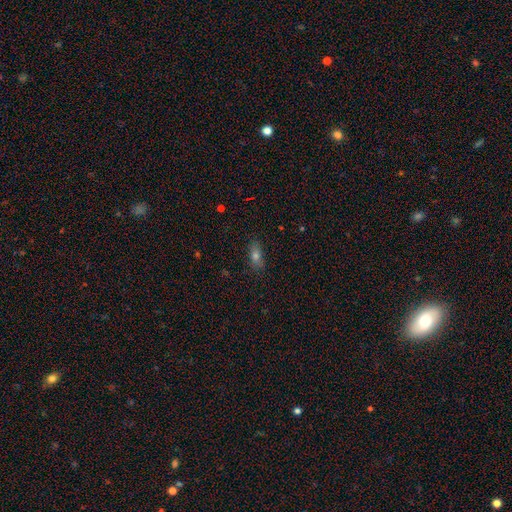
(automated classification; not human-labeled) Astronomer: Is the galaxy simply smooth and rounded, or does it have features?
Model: smooth — 71%.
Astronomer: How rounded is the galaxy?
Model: in between — 72%.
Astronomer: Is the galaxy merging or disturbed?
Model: none — 83%.